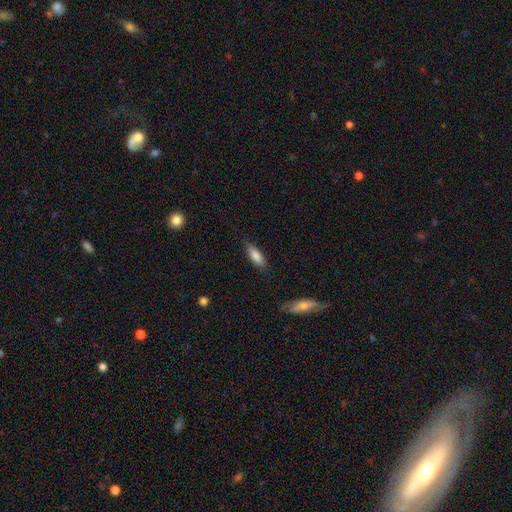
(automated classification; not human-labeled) smooth 83%, featured or disk 11%, star or artifact 6%. Down the decision tree: how rounded — in between (65%); merging — none (81%).